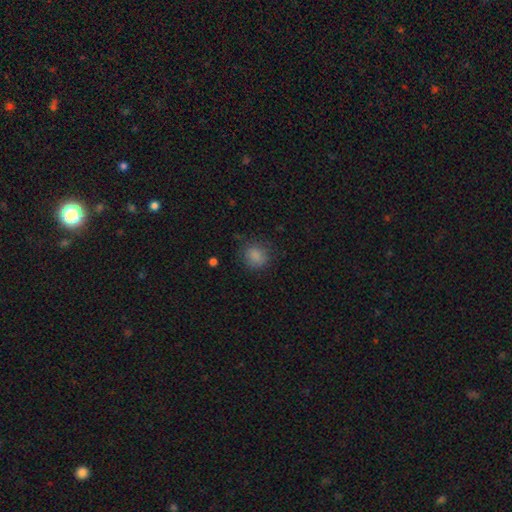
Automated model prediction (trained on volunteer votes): smooth 84%, star or artifact 10%, featured or disk 5%. Down the decision tree: how rounded — round (77%); merging — none (79%).